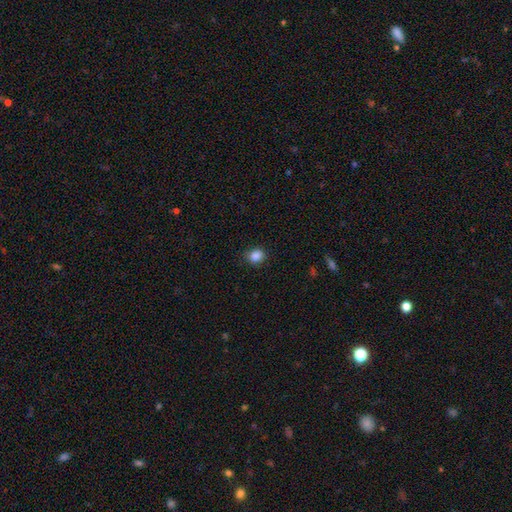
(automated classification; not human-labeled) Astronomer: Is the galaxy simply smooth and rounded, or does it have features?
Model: smooth — 86%.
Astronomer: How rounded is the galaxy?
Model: round — 68%.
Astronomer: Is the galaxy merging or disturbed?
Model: none — 85%.